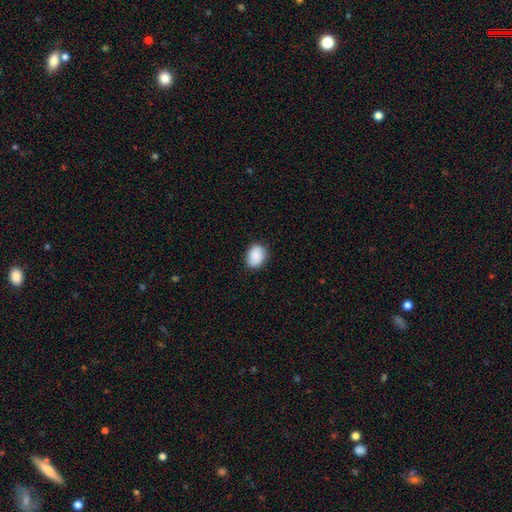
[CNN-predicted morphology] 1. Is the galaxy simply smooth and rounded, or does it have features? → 89% smooth, 7% star or artifact, 5% featured or disk.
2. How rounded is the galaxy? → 65% in between, 34% round, 1% cigar-shaped.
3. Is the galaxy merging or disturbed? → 85% none, 11% minor disturbance, 2% major disturbance, 1% merger.